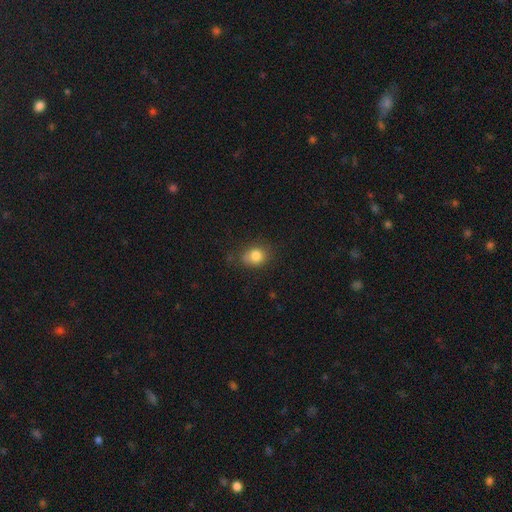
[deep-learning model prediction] A smooth galaxy with no disk features (81%) that is round (61%). Merging: none (63%).